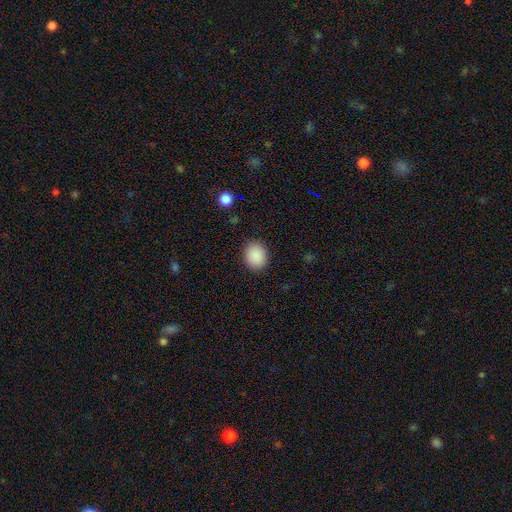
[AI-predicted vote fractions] Smooth or featured? smooth (89%)
How rounded? round (59%)
Merging? none (89%)